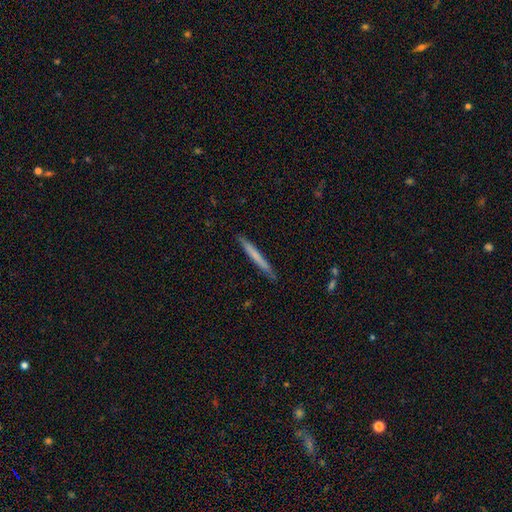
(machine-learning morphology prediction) A smooth galaxy with no disk features (61%) that is cigar-shaped (97%).

Vote fractions:
- Smooth or featured? smooth: 61% / featured or disk: 33% / star or artifact: 5%
- How rounded? cigar-shaped: 97% / in between: 2% / round: 1%
- Merging? none: 89% / minor disturbance: 8% / major disturbance: 1% / merger: 1%